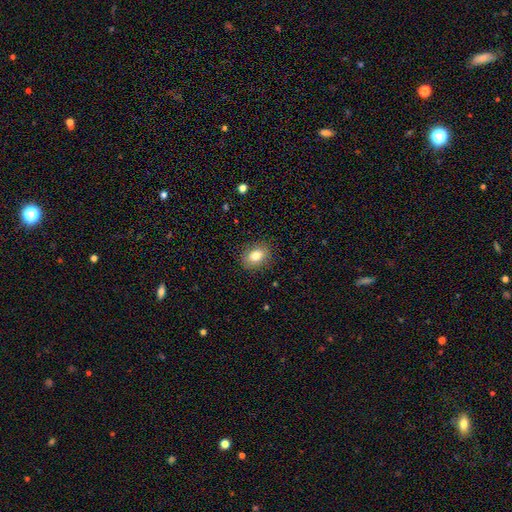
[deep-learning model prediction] Morphology: type=smooth (82%); roundness=in between (66%); merging=none (87%).